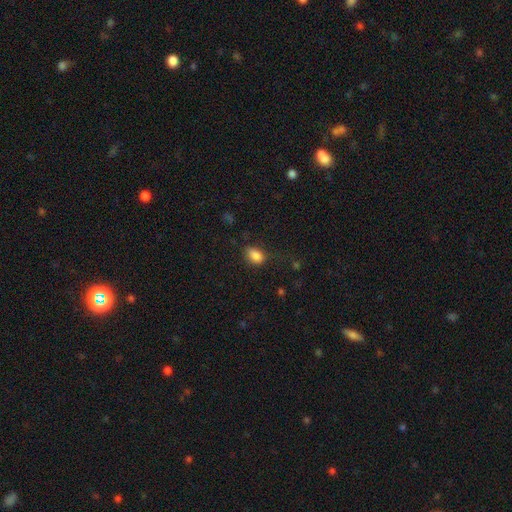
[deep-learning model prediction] smooth_or_featured: smooth (p=0.85) [alt: star or artifact p=0.10]
how_rounded: in between (p=0.81) [alt: round p=0.18]
merging: none (p=0.66) [alt: minor disturbance p=0.24]